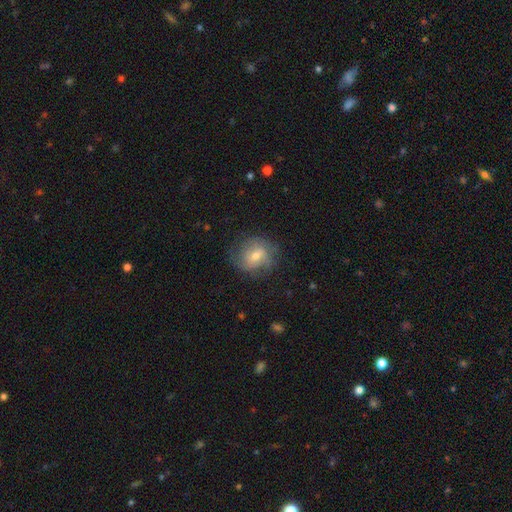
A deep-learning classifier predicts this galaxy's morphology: Smooth or featured?
  - featured or disk: 54% *
  - smooth: 36%
  - star or artifact: 9%
Edge-on disk?
  - no: 96% *
  - yes: 4%
Bar?
  - no: 47% *
  - weak: 42%
  - strong: 10%
Spiral arms?
  - yes: 80% *
  - no: 20%
Bulge size?
  - moderate: 54% *
  - small: 40%
  - large: 4%
  - none: 2%
  - dominant: 1%
Merging?
  - none: 70% *
  - minor disturbance: 20%
  - major disturbance: 9%
  - merger: 1%